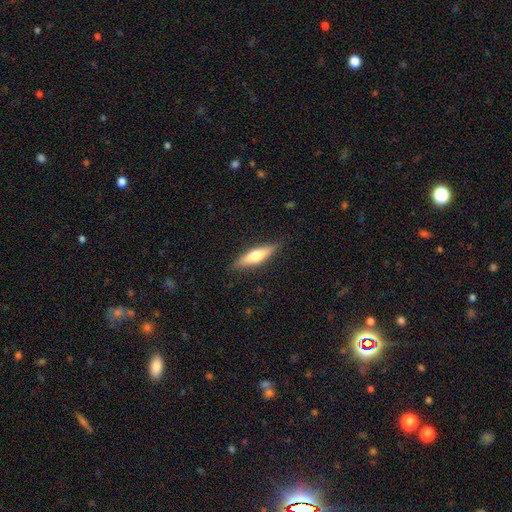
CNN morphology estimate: The model was most divided on "smooth or featured": smooth: 57%, featured or disk: 37%, star or artifact: 6%. More confident: merging — none (87%); how rounded — cigar-shaped (69%).